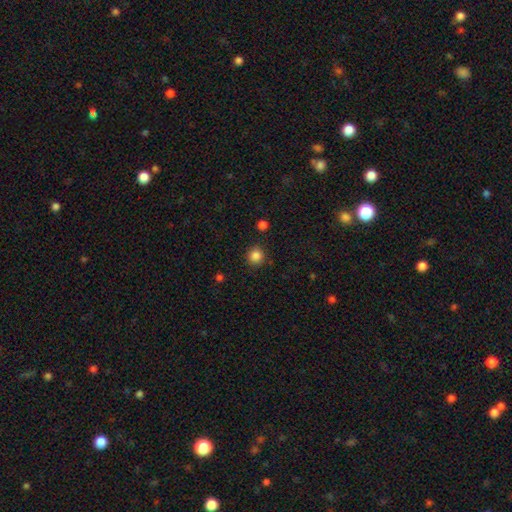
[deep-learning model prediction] smooth_or_featured: smooth (p=0.85) [alt: star or artifact p=0.12]
how_rounded: round (p=0.93) [alt: in between p=0.06]
merging: none (p=0.89) [alt: minor disturbance p=0.07]